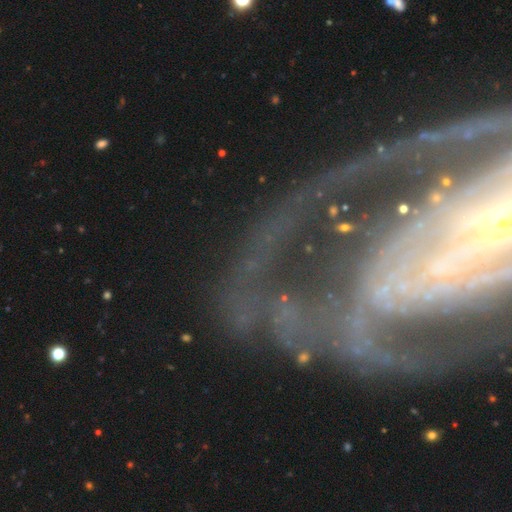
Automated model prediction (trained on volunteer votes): featured or disk 72%, star or artifact 16%, smooth 12%. Down the decision tree: edge-on disk — no (89%); bar — strong (39%); spiral arms — yes (79%); spiral arm count — 2 (43%); spiral winding — tight (50%); bulge size — small (44%); merging — none (63%).